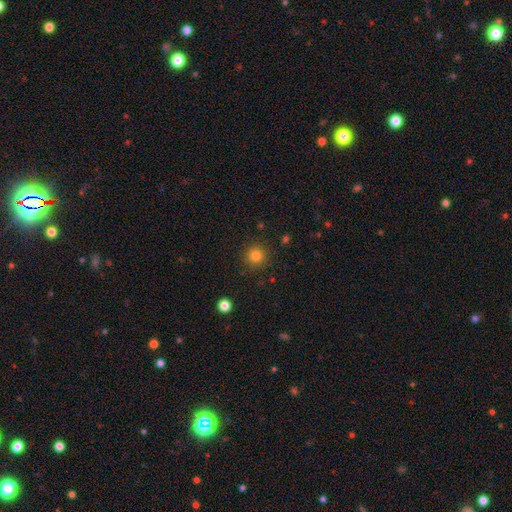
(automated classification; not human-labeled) This is clearly a smooth galaxy (82%). How rounded: clearly round (94%). Merging: clearly none (89%).